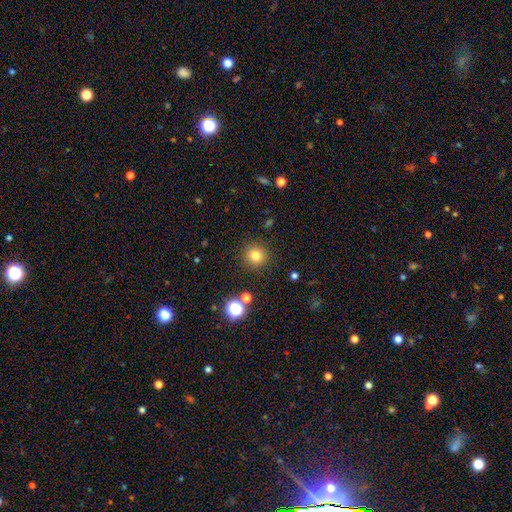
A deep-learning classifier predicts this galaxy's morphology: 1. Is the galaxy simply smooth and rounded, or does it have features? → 79% smooth, 14% star or artifact, 6% featured or disk.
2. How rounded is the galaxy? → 94% round, 5% in between, 1% cigar-shaped.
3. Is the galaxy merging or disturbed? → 89% none, 6% minor disturbance, 3% major disturbance, 2% merger.